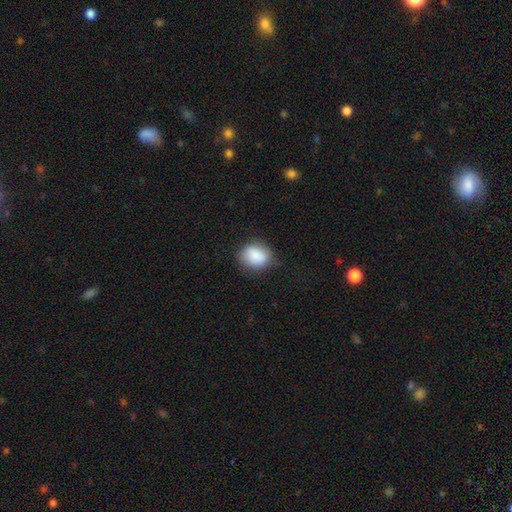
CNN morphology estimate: smooth_or_featured: smooth (p=0.86) [alt: star or artifact p=0.07]
how_rounded: in between (p=0.50) [alt: round p=0.49]
merging: none (p=0.74) [alt: minor disturbance p=0.19]